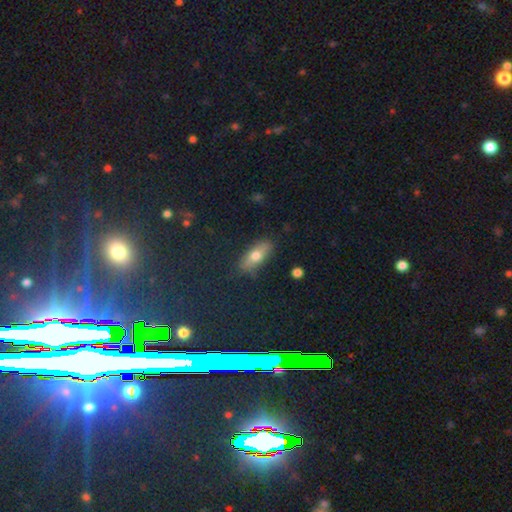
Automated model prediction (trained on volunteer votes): The model was most divided on "smooth or featured": smooth: 68%, featured or disk: 22%, star or artifact: 9%. More confident: merging — none (81%); how rounded — in between (72%).